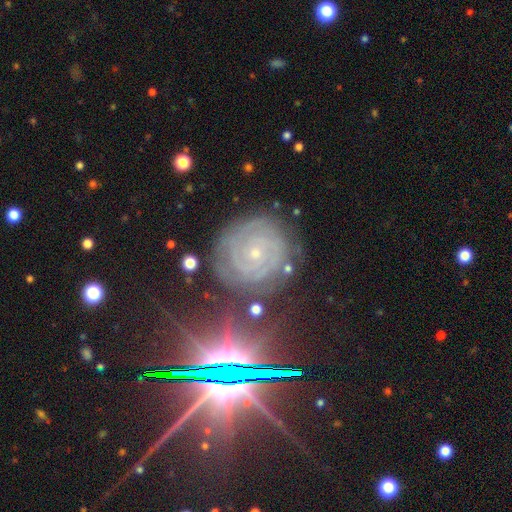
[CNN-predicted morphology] A featured or disk galaxy (68%) with no bar (74%), tight (84%) spiral arms (94%) and a small central bulge (79%). Merging: none (80%).